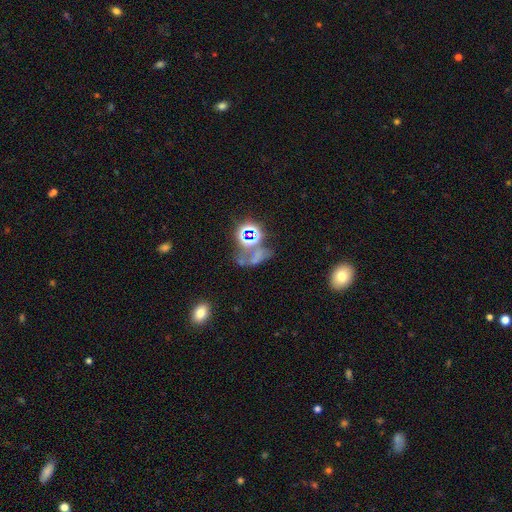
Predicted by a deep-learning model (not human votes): A star or artifact, not a galaxy (44%).

Vote fractions:
- Smooth or featured? star or artifact: 44% / smooth: 35% / featured or disk: 21%